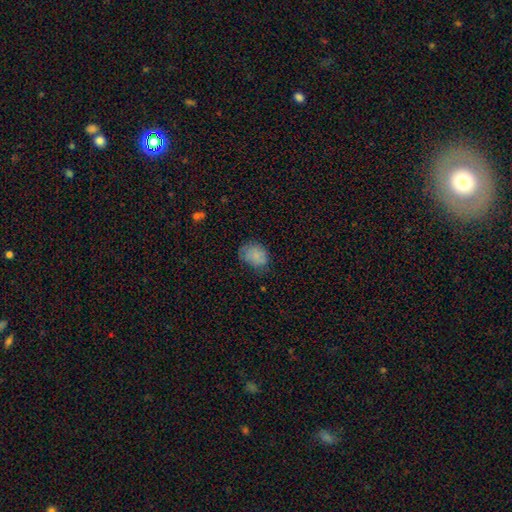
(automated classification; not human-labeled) Smooth or featured?
  - smooth: 79% *
  - featured or disk: 11%
  - star or artifact: 10%
How rounded?
  - in between: 64% *
  - round: 35%
  - cigar-shaped: 1%
Merging?
  - none: 57% *
  - minor disturbance: 31%
  - major disturbance: 10%
  - merger: 2%